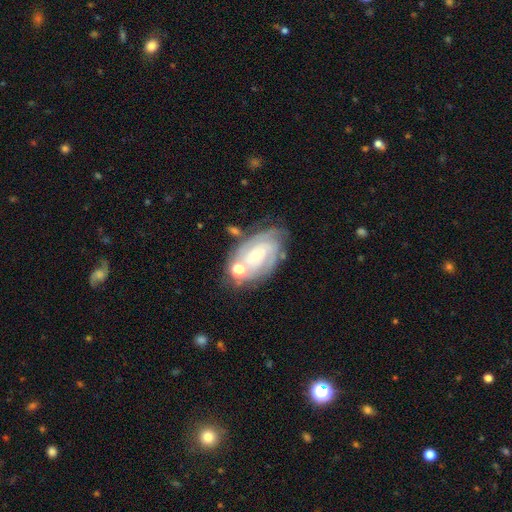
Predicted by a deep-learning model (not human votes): Morphology: type=featured or disk (78%); edge-on=no (96%); bar=no (67%); spiral arms=yes (91%); winding=tight (67%); arm count=can't tell (39%); bulge=small (63%); merging=none (60%).